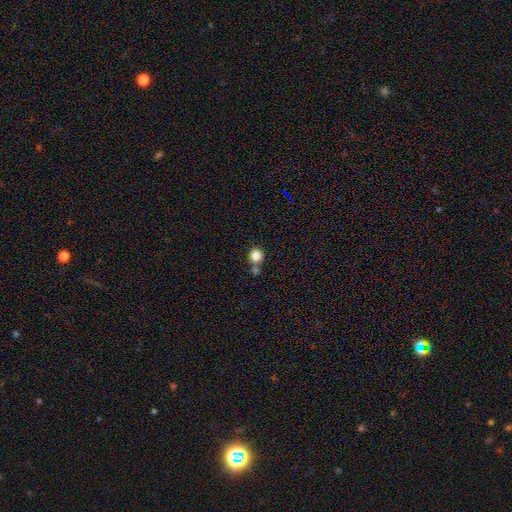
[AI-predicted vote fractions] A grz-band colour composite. It shows a smooth galaxy with no disk features (84%) that is round (91%). Merging: none (61%).